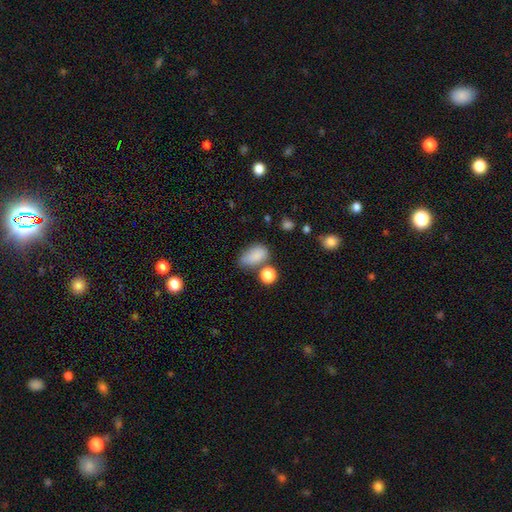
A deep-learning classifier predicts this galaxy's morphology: smooth 83%, star or artifact 10%, featured or disk 7%. Down the decision tree: how rounded — in between (89%); merging — none (53%).